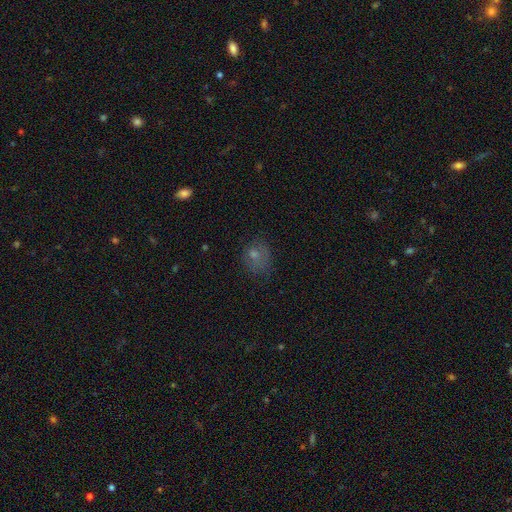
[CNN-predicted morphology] Smooth or featured?
  - smooth: 64% *
  - featured or disk: 21%
  - star or artifact: 15%
How rounded?
  - round: 55% *
  - in between: 44%
  - cigar-shaped: 1%
Merging?
  - none: 48% *
  - minor disturbance: 27%
  - major disturbance: 22%
  - merger: 3%